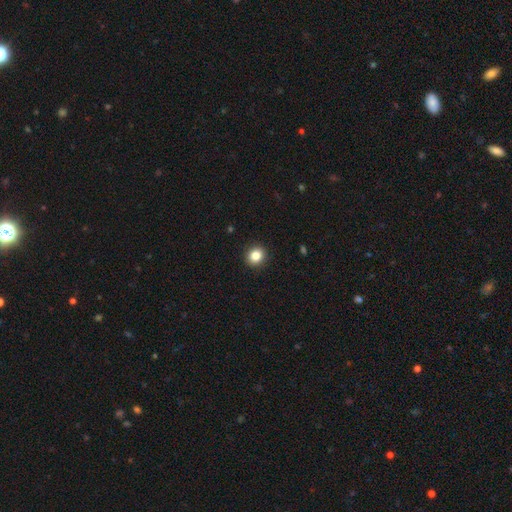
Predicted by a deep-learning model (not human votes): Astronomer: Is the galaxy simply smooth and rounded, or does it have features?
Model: smooth — 84%.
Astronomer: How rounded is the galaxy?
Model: round — 81%.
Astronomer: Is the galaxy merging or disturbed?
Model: none — 92%.